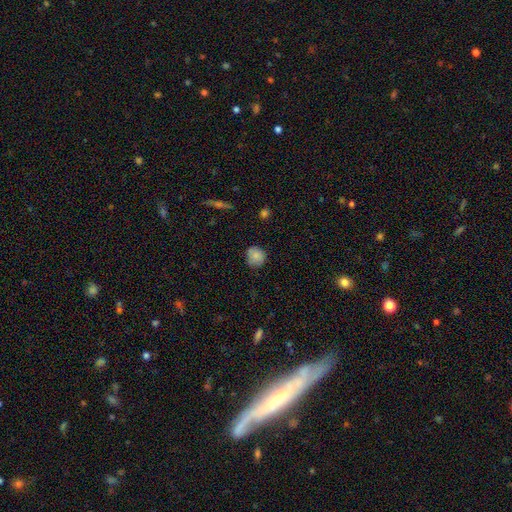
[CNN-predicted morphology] smooth_or_featured: smooth (p=0.82) [alt: star or artifact p=0.09]
how_rounded: round (p=0.85) [alt: in between p=0.14]
merging: none (p=0.75) [alt: minor disturbance p=0.20]